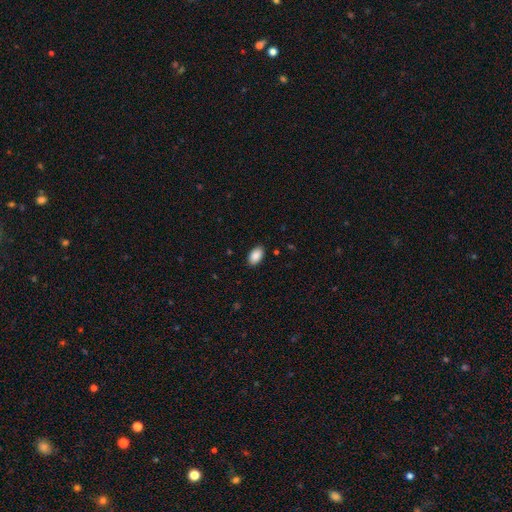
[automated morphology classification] The model was most divided on "merging": none: 88%, minor disturbance: 9%, major disturbance: 2%, merger: 1%. More confident: how rounded — in between (94%); smooth or featured — smooth (89%).